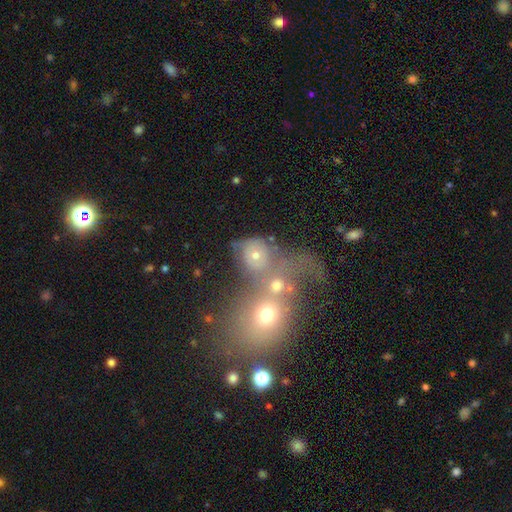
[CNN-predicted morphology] This appears to be a smooth galaxy with no disk features (55%) that is round (69%). Merging: merger (64%).